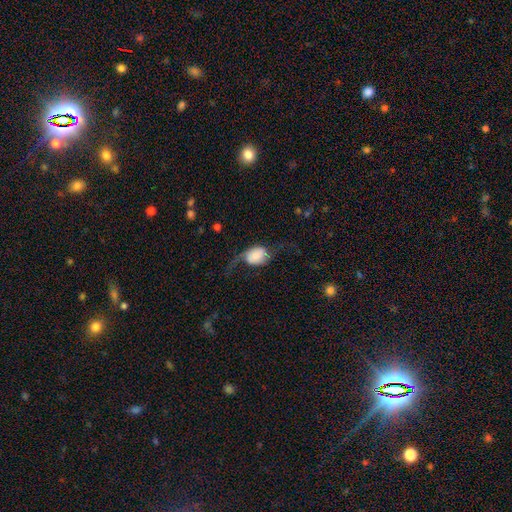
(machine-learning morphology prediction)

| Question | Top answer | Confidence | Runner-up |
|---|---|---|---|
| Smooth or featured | smooth | 49% | featured or disk (43%) |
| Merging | none | 41% | major disturbance (33%) |